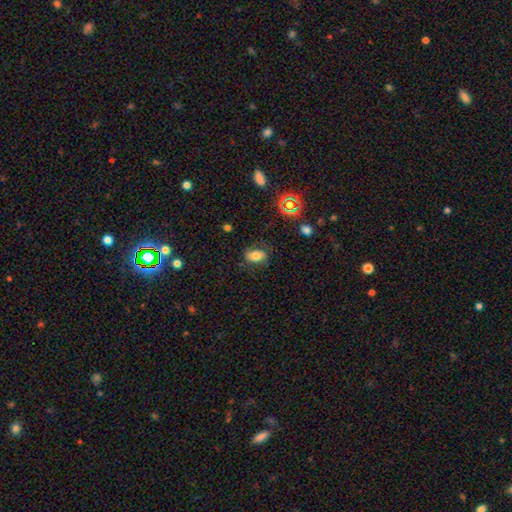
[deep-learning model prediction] Smooth or featured: smooth — 69% (featured or disk — 18%)
How rounded: in between — 85% (round — 13%)
Merging: none — 71% (minor disturbance — 19%)